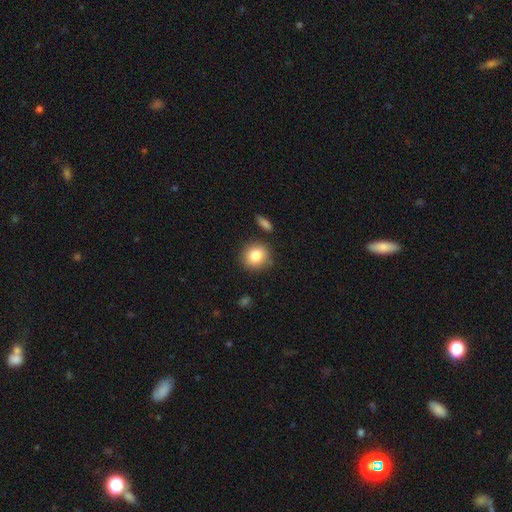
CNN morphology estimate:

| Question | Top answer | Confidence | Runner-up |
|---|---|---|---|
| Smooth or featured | smooth | 82% | star or artifact (9%) |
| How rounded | round | 88% | in between (11%) |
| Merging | none | 84% | minor disturbance (9%) |